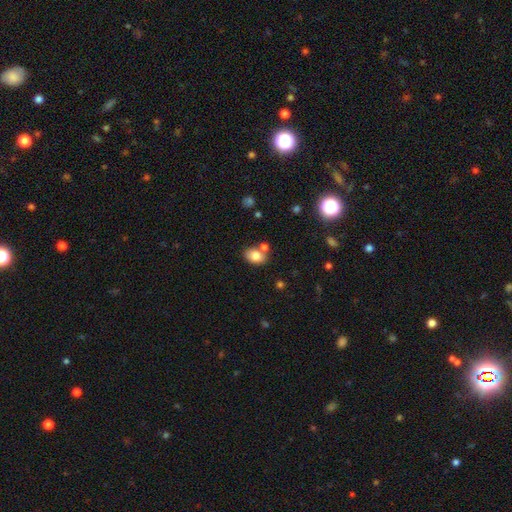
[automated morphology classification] This appears to be a smooth galaxy with no disk features (81%) that is in between round and cigar-shaped (74%). Merging: none (64%).